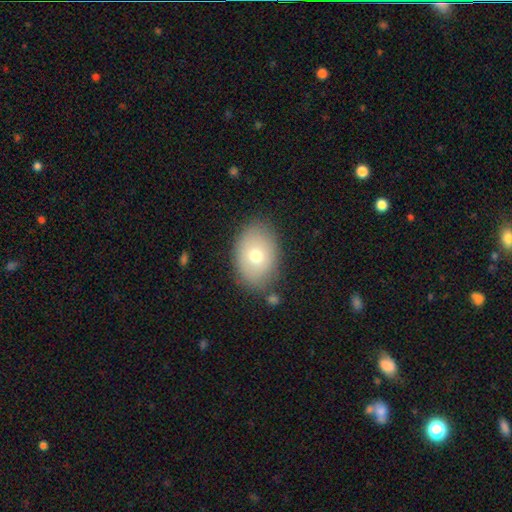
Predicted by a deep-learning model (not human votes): Overall: smooth (72%). How rounded: in between (77%). Merging: none (80%).